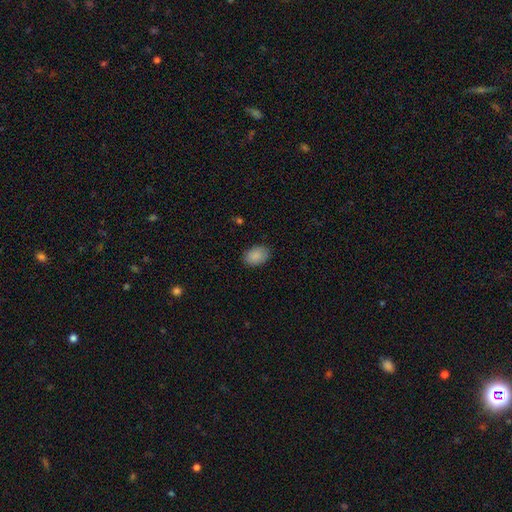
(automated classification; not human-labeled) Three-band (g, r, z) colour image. It shows a smooth galaxy with no disk features (89%) that is in between round and cigar-shaped (85%). Merging: none (86%).